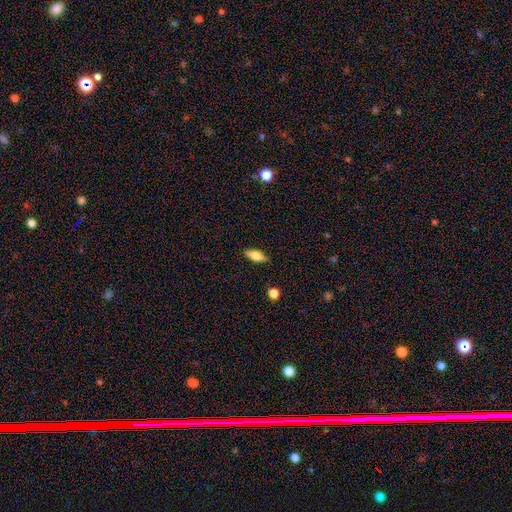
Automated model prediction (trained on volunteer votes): This is likely a smooth galaxy (61%). How rounded: likely in between (65%). Merging: clearly none (86%).